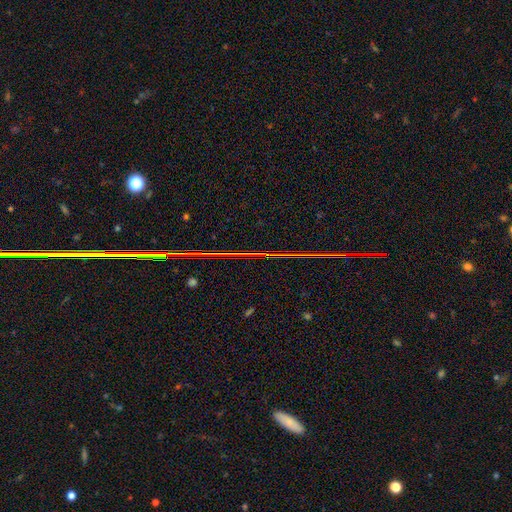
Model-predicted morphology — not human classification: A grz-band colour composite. It shows a star or artifact, not a galaxy (82%).